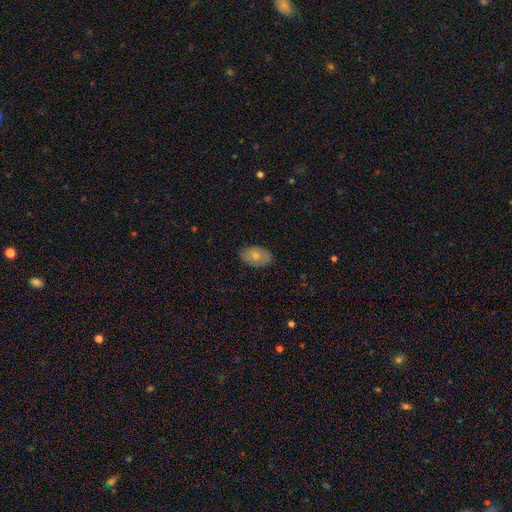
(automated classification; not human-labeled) A smooth galaxy with no disk features (71%) that is in between round and cigar-shaped (91%).

Vote fractions:
- Smooth or featured? smooth: 71% / featured or disk: 22% / star or artifact: 7%
- How rounded? in between: 91% / round: 7% / cigar-shaped: 1%
- Merging? none: 84% / minor disturbance: 13% / major disturbance: 2% / merger: 1%